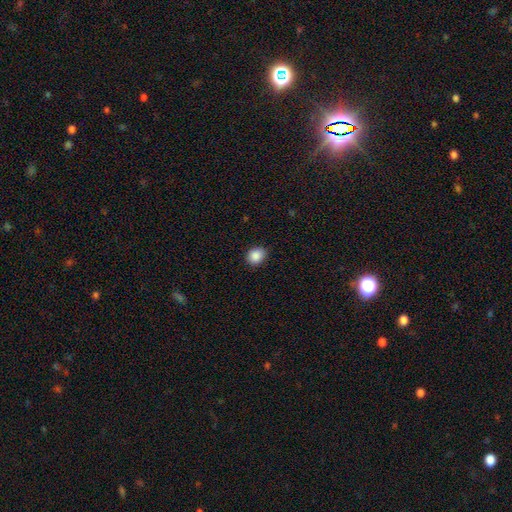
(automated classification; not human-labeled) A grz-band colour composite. It shows a smooth galaxy with no disk features (88%) that is round (61%). Merging: none (84%).